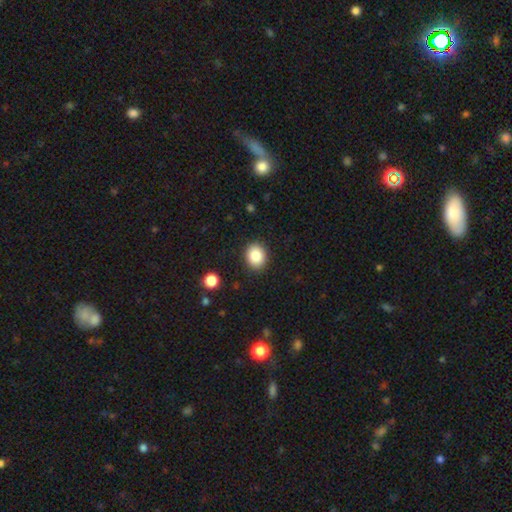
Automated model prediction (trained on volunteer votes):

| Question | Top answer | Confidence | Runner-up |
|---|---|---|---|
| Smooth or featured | smooth | 86% | star or artifact (9%) |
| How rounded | round | 59% | in between (40%) |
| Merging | none | 89% | minor disturbance (7%) |